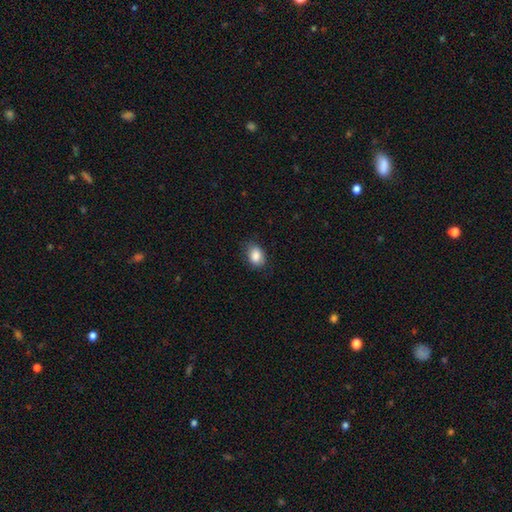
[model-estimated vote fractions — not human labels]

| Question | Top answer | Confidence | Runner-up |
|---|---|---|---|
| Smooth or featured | smooth | 86% | star or artifact (8%) |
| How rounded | in between | 74% | round (25%) |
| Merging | none | 79% | minor disturbance (17%) |